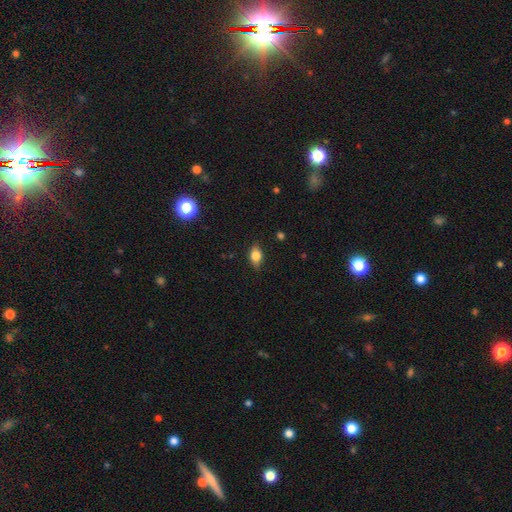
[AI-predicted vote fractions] The model was most divided on "smooth or featured": smooth: 76%, featured or disk: 14%, star or artifact: 9%. More confident: merging — none (82%); how rounded — in between (82%).